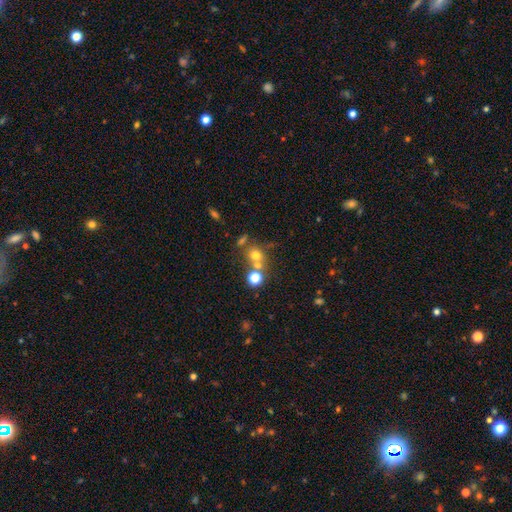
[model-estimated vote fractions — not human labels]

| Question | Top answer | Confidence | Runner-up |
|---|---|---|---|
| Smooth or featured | smooth | 63% | star or artifact (21%) |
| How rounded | round | 78% | in between (20%) |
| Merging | none | 48% | merger (35%) |